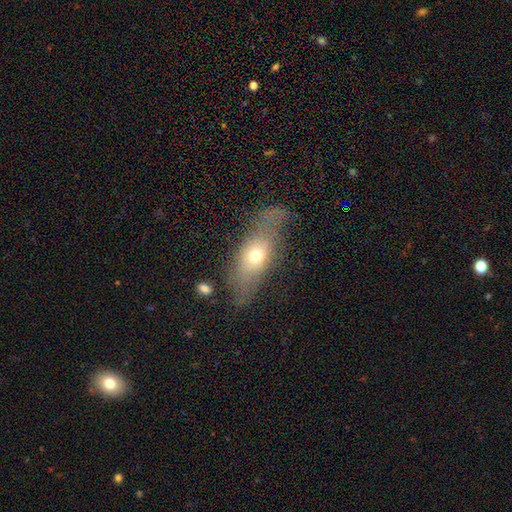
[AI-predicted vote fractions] This is possibly a smooth galaxy (55%). How rounded: likely in between (64%). Merging: possibly none (50%).